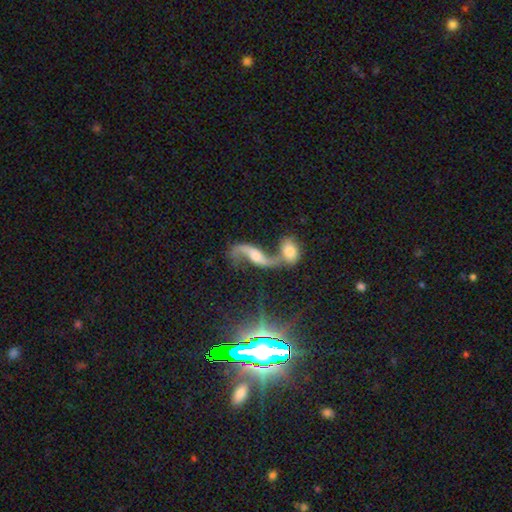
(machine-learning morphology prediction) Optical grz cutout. It shows a featured or disk galaxy (77%) with no bar (54%), 2 (90%) loose (90%) spiral arms (90%) and a moderate central bulge (43%). Merging: merger (54%).